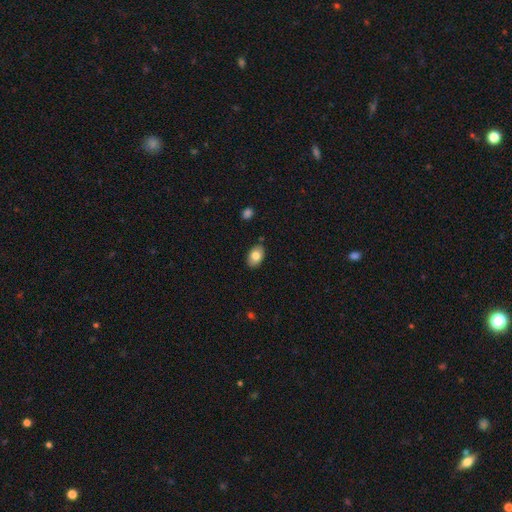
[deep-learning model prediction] This is likely a smooth galaxy (79%). How rounded: clearly in between (88%). Merging: clearly none (85%).